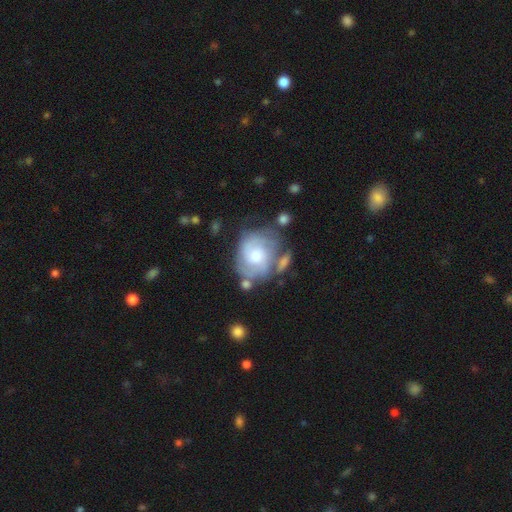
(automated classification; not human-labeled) Smooth or featured: featured or disk — 72% (smooth — 22%)
Edge-on disk: no — 97% (yes — 3%)
Bar: no — 75% (weak — 22%)
Spiral arms: yes — 87% (no — 13%)
Spiral winding: tight — 56% (medium — 33%)
Spiral arm count: can't tell — 36% (2 — 27%)
Bulge size: moderate — 57% (small — 36%)
Merging: none — 53% (minor disturbance — 22%)